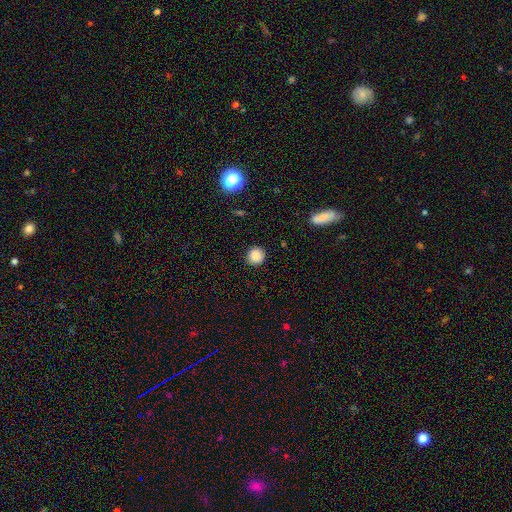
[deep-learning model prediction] smooth-or-featured: smooth: 86% | star or artifact: 10% | featured or disk: 4%
  how-rounded: round: 92% | in between: 7% | cigar-shaped: 1%
  merging: none: 91% | minor disturbance: 6% | major disturbance: 2% | merger: 1%